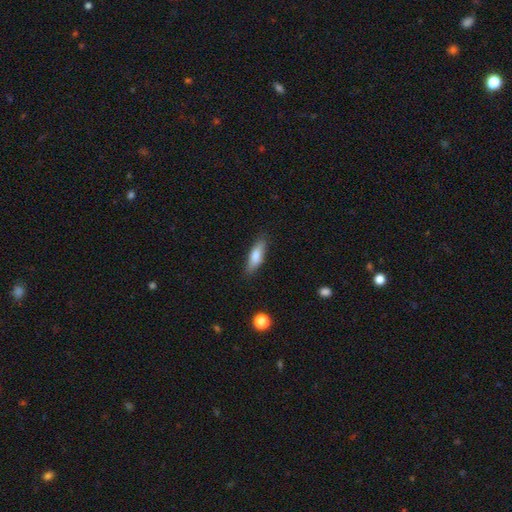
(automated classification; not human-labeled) Morphology: type=smooth (75%); roundness=cigar-shaped (53%); merging=none (83%).